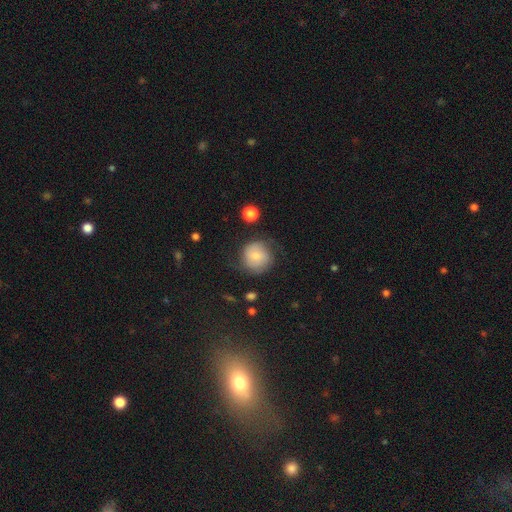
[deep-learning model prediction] Overall: smooth (60%; featured or disk 32%). How rounded: round (89%). Merging: none (64%).